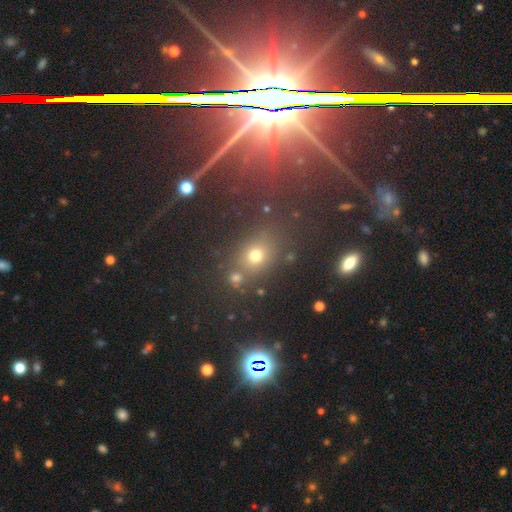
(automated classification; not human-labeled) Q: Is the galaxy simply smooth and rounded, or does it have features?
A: smooth — 45%.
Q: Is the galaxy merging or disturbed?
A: none — 80%.